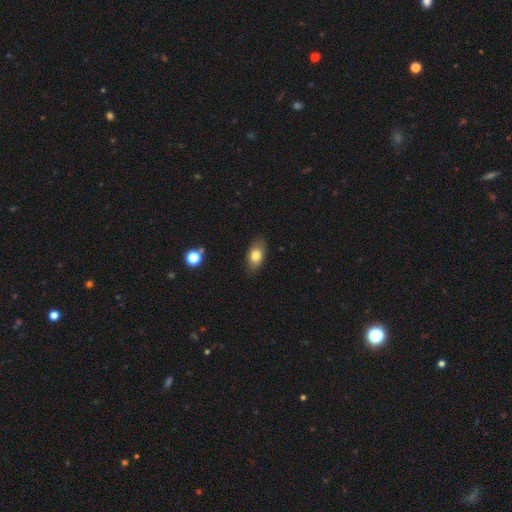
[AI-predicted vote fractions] Q: Smooth or featured?
A: smooth (77%); runner-up: featured or disk (15%)
Q: How rounded?
A: in between (88%); runner-up: round (9%)
Q: Merging?
A: none (84%); runner-up: minor disturbance (13%)